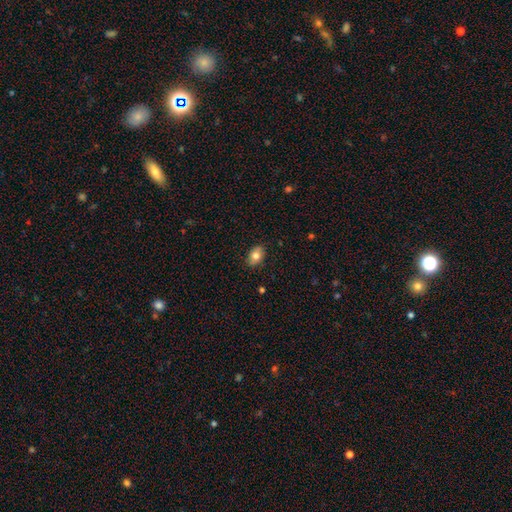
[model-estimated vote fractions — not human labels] Smooth or featured? Predicted: smooth (p=0.80). How rounded? Predicted: in between (p=0.84). Merging? Predicted: none (p=0.86).